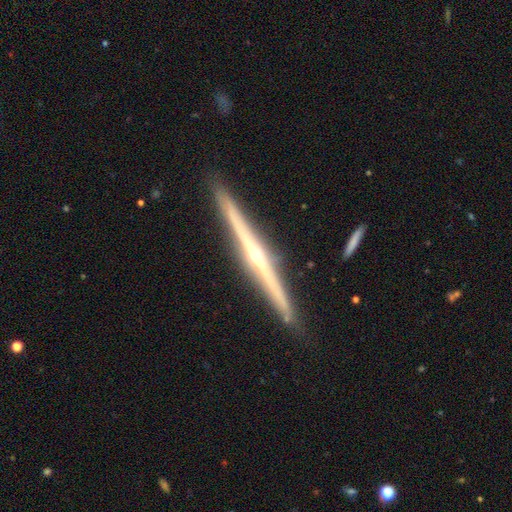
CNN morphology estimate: smooth-or-featured: featured or disk: 87% | smooth: 8% | star or artifact: 5%
  disk-edge-on: yes: 98% | no: 2%
    edge-on-bulge: rounded: 88% | none: 10% | boxy: 3%
  merging: none: 92% | minor disturbance: 6% | major disturbance: 1% | merger: 1%